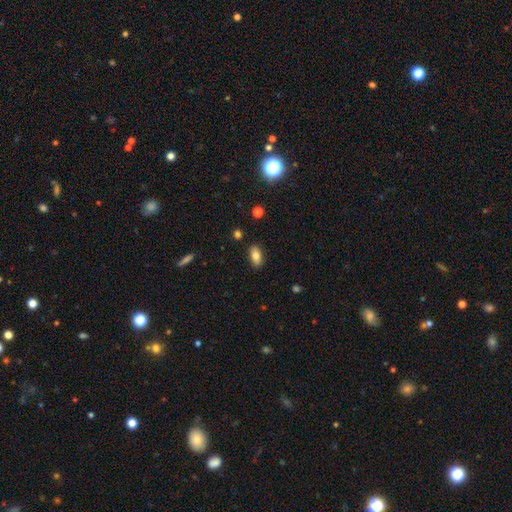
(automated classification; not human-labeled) Smooth or featured?
  - smooth: 78% *
  - featured or disk: 14%
  - star or artifact: 8%
How rounded?
  - in between: 87% *
  - cigar-shaped: 9%
  - round: 4%
Merging?
  - none: 87% *
  - minor disturbance: 9%
  - major disturbance: 2%
  - merger: 2%